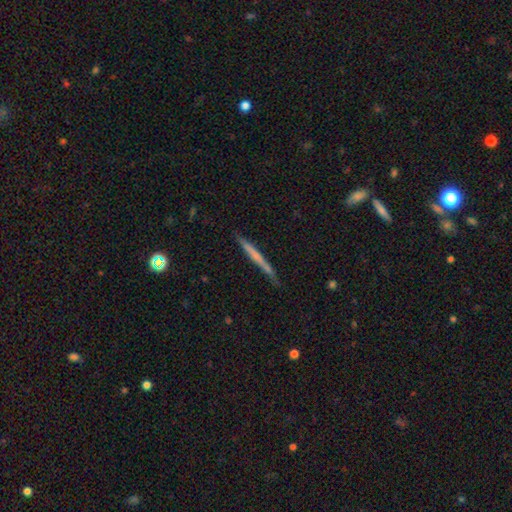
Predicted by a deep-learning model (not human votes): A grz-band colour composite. It shows a smooth galaxy with no disk features (48%). Merging: none (82%).